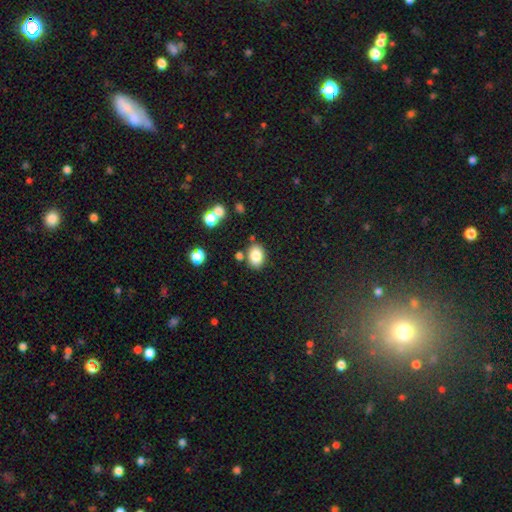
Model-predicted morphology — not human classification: Smooth or featured? smooth (84%)
How rounded? in between (70%)
Merging? none (78%)